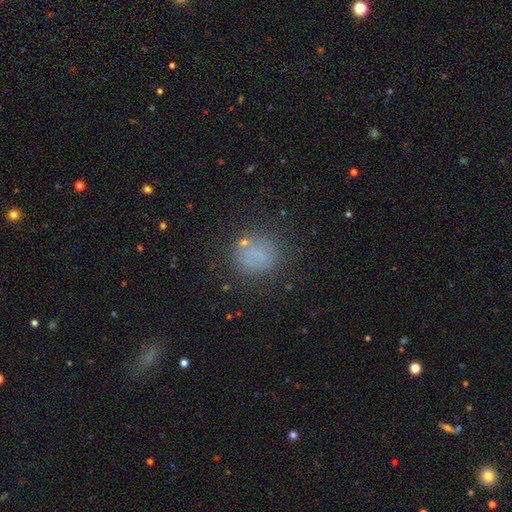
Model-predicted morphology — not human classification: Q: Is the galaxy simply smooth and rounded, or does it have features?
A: smooth — 65%.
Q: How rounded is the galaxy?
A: round — 78%.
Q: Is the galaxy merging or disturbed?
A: none — 76%.